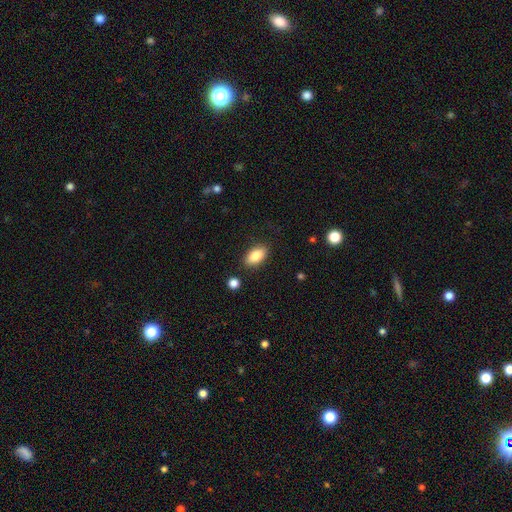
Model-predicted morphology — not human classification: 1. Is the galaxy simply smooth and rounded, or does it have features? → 85% smooth, 7% featured or disk, 7% star or artifact.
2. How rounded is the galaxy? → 91% in between, 5% round, 4% cigar-shaped.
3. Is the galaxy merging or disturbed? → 85% none, 10% minor disturbance, 3% major disturbance, 2% merger.